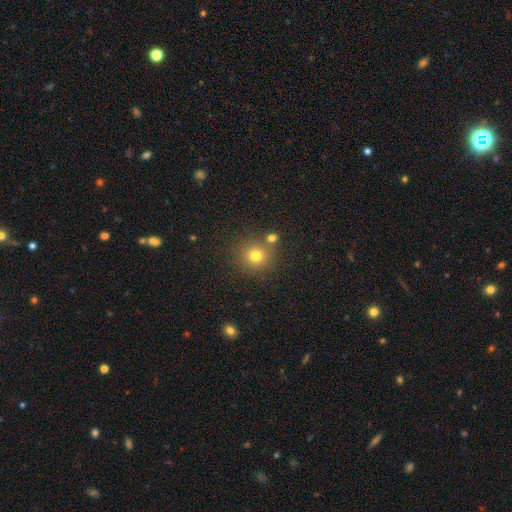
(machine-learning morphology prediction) smooth 77%, star or artifact 15%, featured or disk 8%. Down the decision tree: how rounded — round (90%); merging — none (75%).